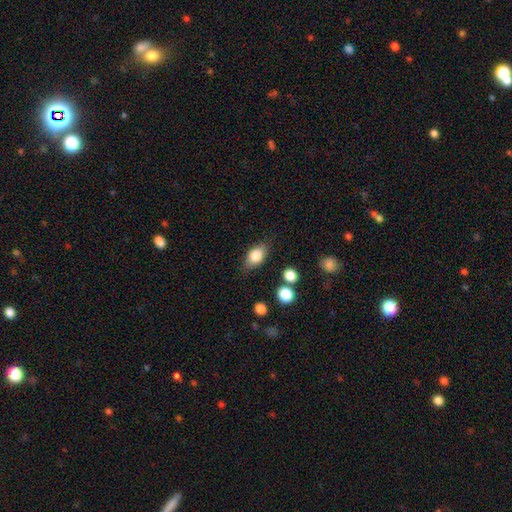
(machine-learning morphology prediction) Smooth or featured? smooth (78%)
How rounded? in between (84%)
Merging? none (79%)